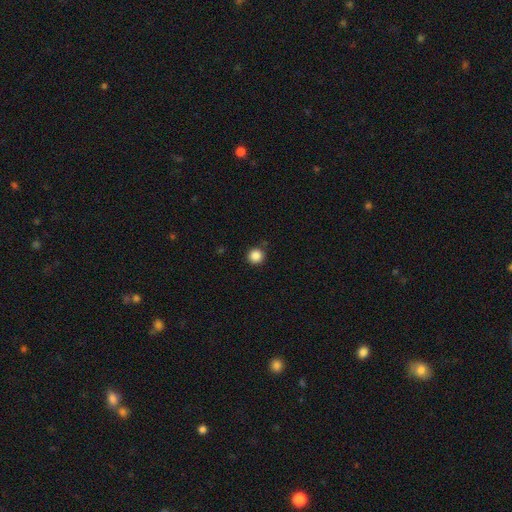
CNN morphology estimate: smooth_or_featured: smooth (p=0.86) [alt: star or artifact p=0.10]
how_rounded: round (p=0.96) [alt: in between p=0.03]
merging: none (p=0.90) [alt: minor disturbance p=0.06]